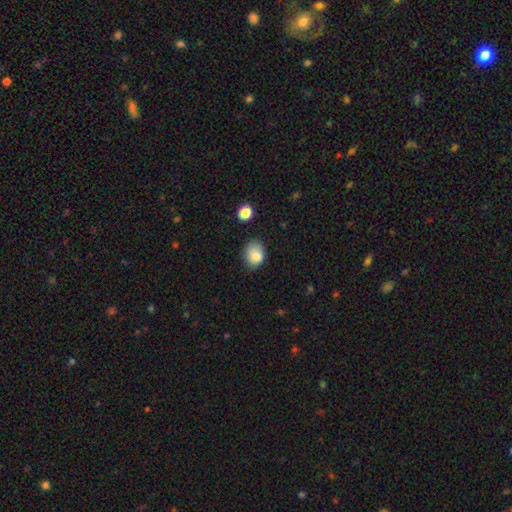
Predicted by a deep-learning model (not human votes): smooth 84%, star or artifact 9%, featured or disk 6%. Down the decision tree: how rounded — in between (54%); merging — none (62%).